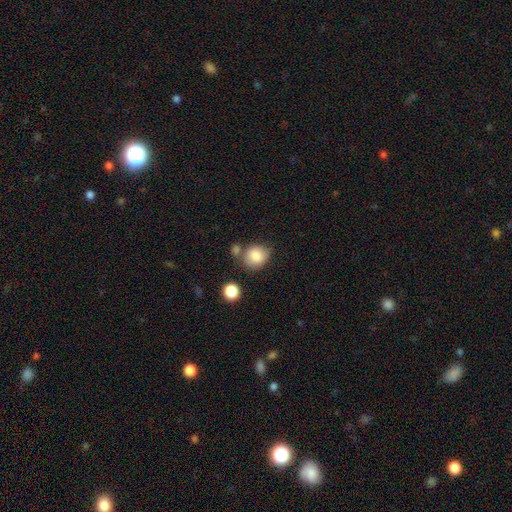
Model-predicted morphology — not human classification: Smooth or featured?
  - smooth: 84% *
  - star or artifact: 9%
  - featured or disk: 7%
How rounded?
  - round: 69% *
  - in between: 30%
  - cigar-shaped: 1%
Merging?
  - none: 62% *
  - minor disturbance: 17%
  - merger: 16%
  - major disturbance: 5%